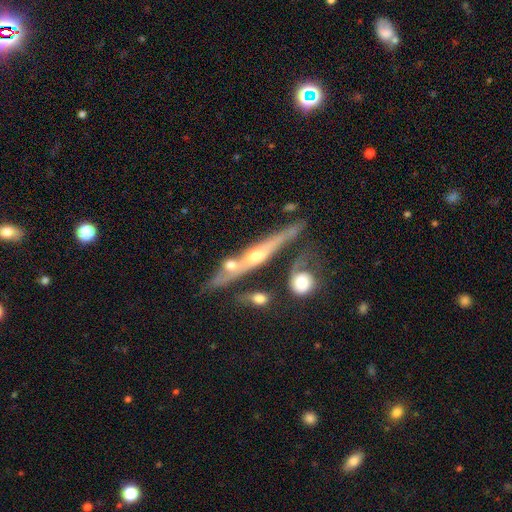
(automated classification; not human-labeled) A featured or disk galaxy (75%) viewed edge-on (89%) with a rounded central bulge (78%). Merging: none (65%).